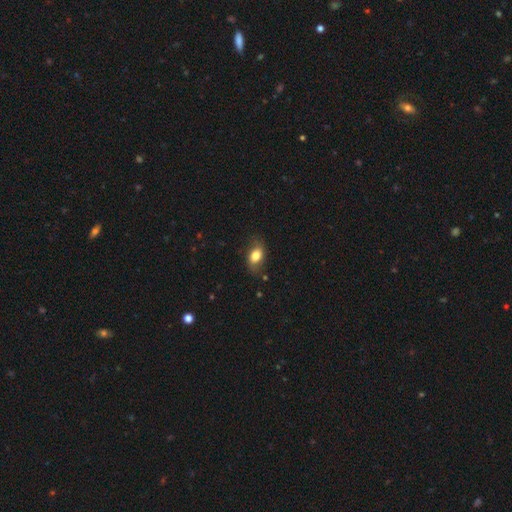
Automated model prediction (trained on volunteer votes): A smooth galaxy with no disk features (73%) that is in between round and cigar-shaped (84%). Merging: none (73%).